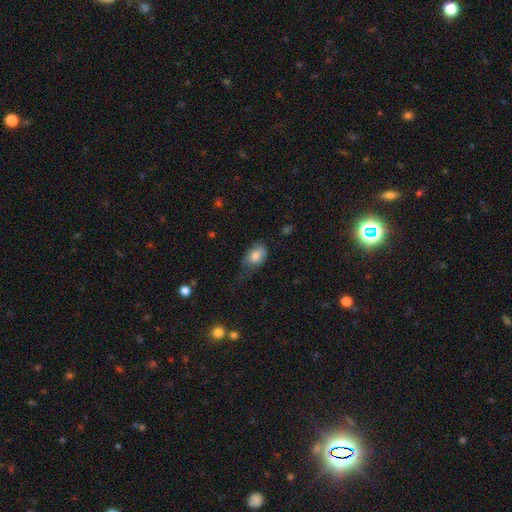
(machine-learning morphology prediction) A smooth galaxy with no disk features (79%) that is in between round and cigar-shaped (86%).

Vote fractions:
- Smooth or featured? smooth: 79% / featured or disk: 13% / star or artifact: 7%
- How rounded? in between: 86% / round: 12% / cigar-shaped: 2%
- Merging? none: 38% / minor disturbance: 37% / major disturbance: 23% / merger: 2%